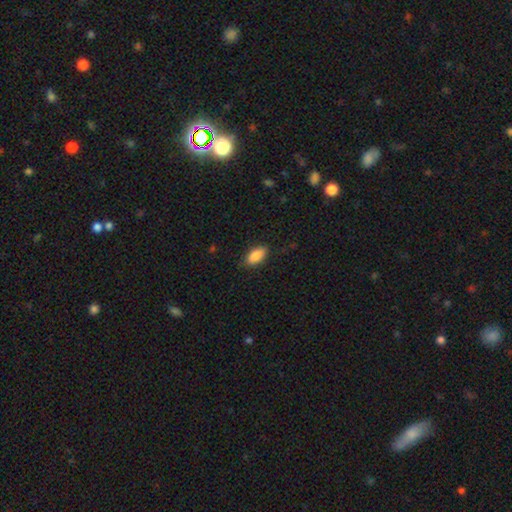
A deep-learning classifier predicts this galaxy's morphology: This is clearly a smooth galaxy (87%). How rounded: clearly in between (90%). Merging: clearly none (84%).